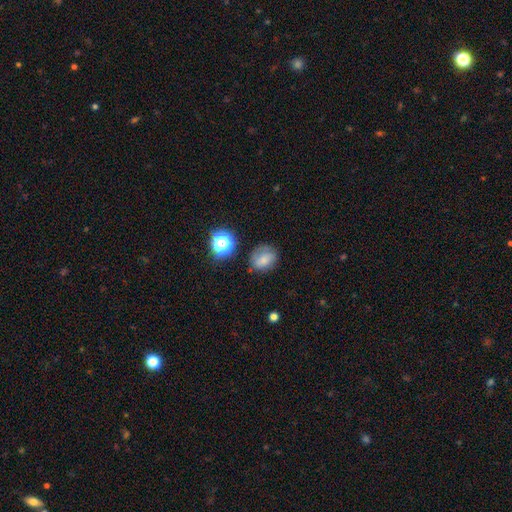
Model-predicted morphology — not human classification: type=smooth (48%); merging=none (79%).